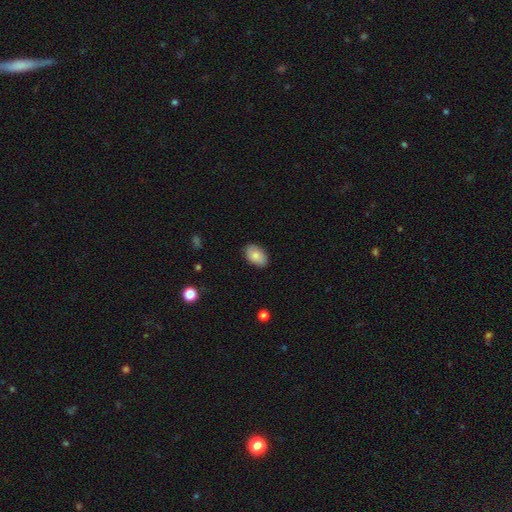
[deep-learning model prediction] Overall: smooth (85%). How rounded: in between (91%). Merging: none (85%).